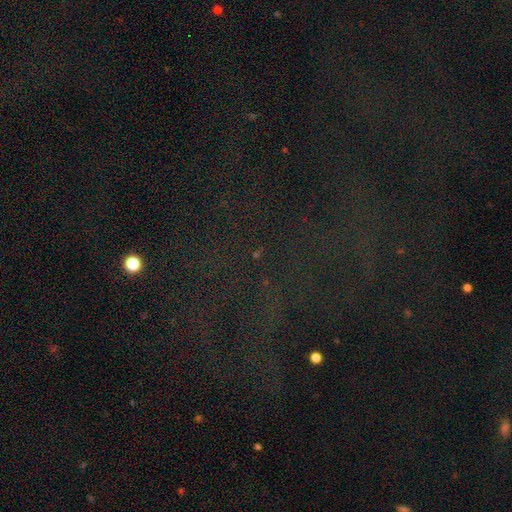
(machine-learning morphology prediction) Smooth or featured? star or artifact (74%)